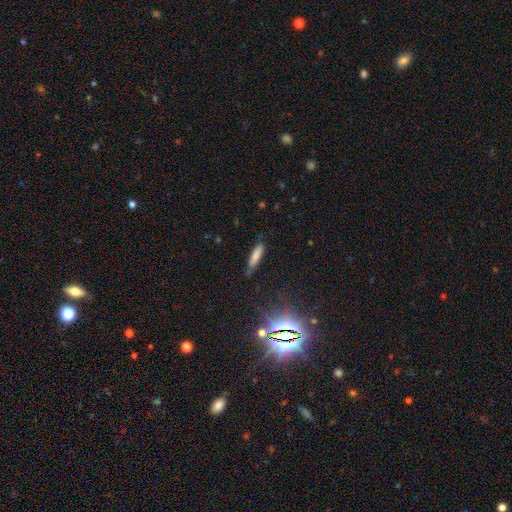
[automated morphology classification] Smooth or featured? Predicted: smooth (p=0.75). How rounded? Predicted: cigar-shaped (p=0.81). Merging? Predicted: none (p=0.75).